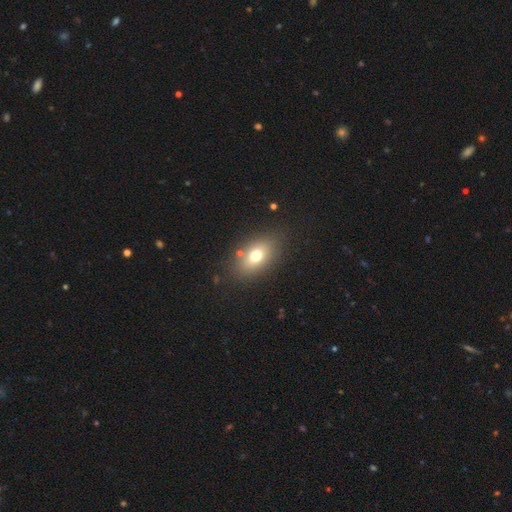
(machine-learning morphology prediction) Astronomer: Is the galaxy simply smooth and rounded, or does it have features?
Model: smooth — 72%.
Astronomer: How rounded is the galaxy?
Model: in between — 81%.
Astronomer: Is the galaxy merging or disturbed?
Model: none — 81%.